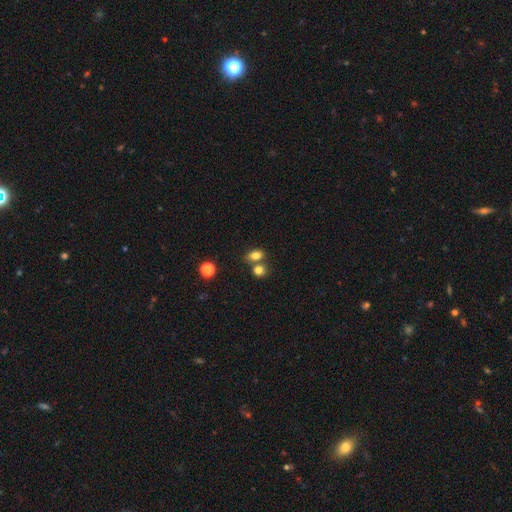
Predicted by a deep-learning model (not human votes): smooth-or-featured: smooth: 80% | star or artifact: 12% | featured or disk: 9%
  how-rounded: in between: 69% | round: 29% | cigar-shaped: 2%
  merging: none: 52% | merger: 34% | minor disturbance: 10% | major disturbance: 3%